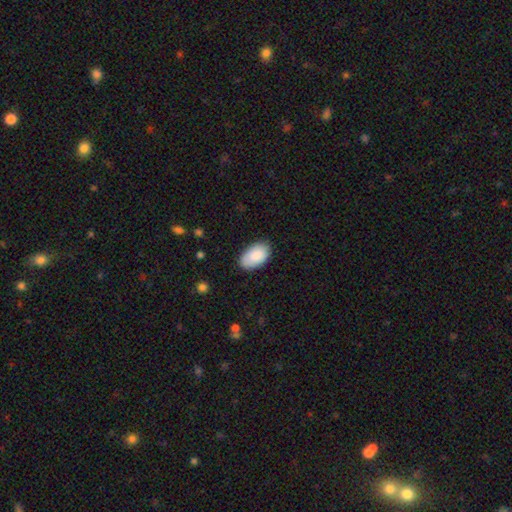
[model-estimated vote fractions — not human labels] Morphology: type=smooth (87%); roundness=in between (95%); merging=none (82%).